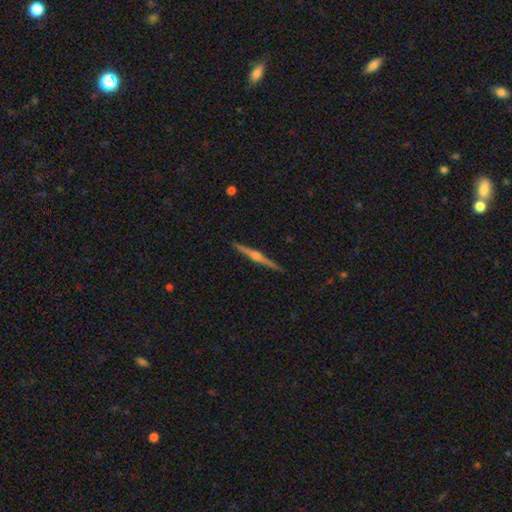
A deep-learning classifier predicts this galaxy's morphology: The model was most divided on "smooth or featured": featured or disk: 83%, smooth: 11%, star or artifact: 6%. More confident: edge-on disk — yes (99%); merging — none (93%); edge-on bulge — rounded (89%).